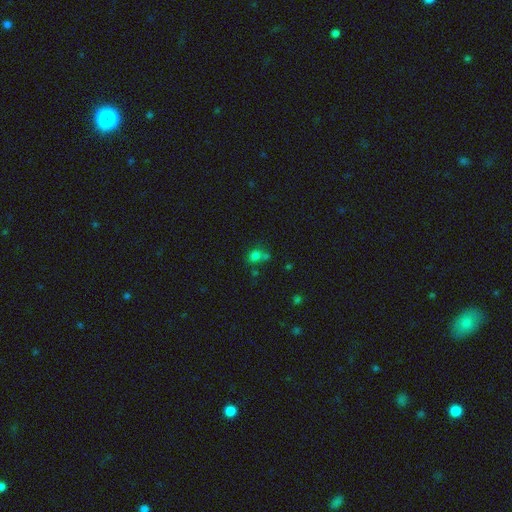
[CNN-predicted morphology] This is likely a smooth galaxy (72%). How rounded: possibly round (55%). Merging: possibly none (48%).